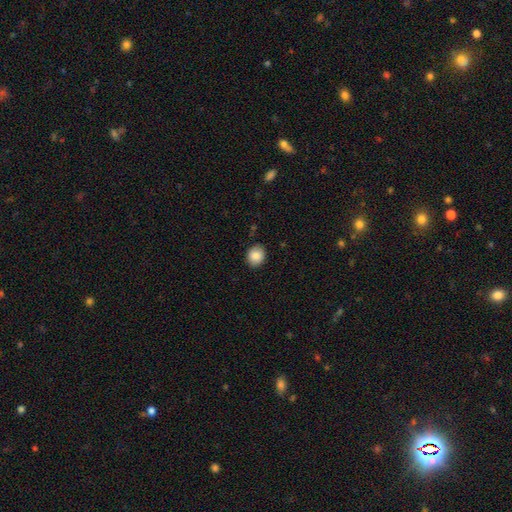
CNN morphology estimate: The model was most divided on "how rounded": round: 68%, in between: 31%, cigar-shaped: 1%. More confident: merging — none (88%); smooth or featured — smooth (86%).